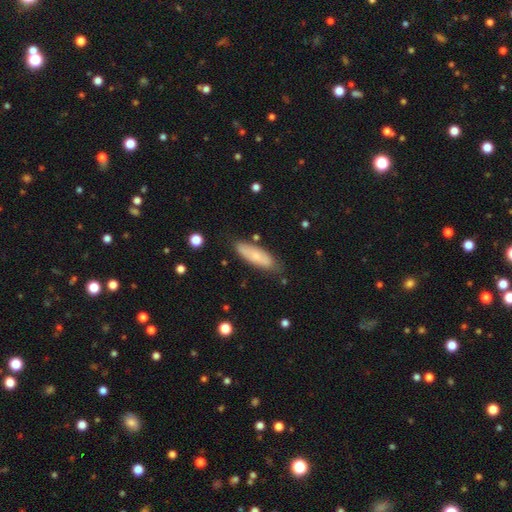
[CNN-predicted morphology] A smooth galaxy with no disk features (70%) that is in between round and cigar-shaped (51%). Merging: none (78%).